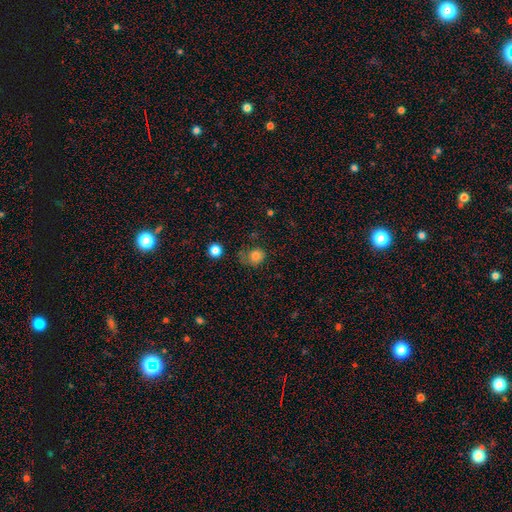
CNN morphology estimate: Smooth or featured: smooth — 80% (star or artifact — 11%)
How rounded: round — 69% (in between — 31%)
Merging: none — 46% (minor disturbance — 30%)